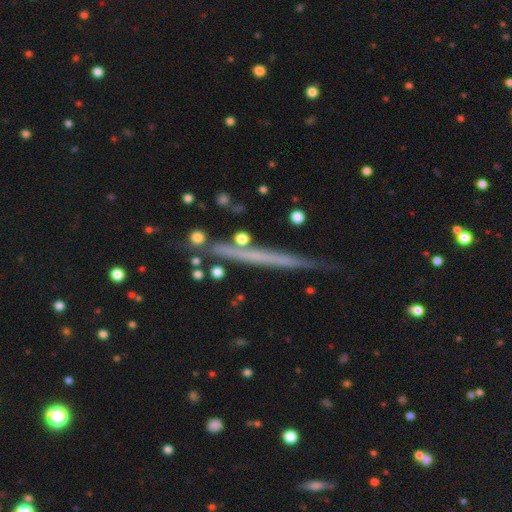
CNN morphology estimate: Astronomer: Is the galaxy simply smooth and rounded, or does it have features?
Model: featured or disk — 49% (runner-up: smooth, 28%).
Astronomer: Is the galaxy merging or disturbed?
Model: none — 77%.